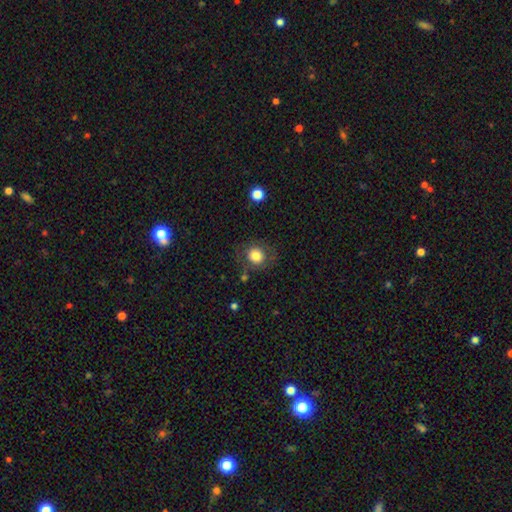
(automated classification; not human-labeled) smooth 79%, featured or disk 11%, star or artifact 10%. Down the decision tree: how rounded — round (82%); merging — none (78%).